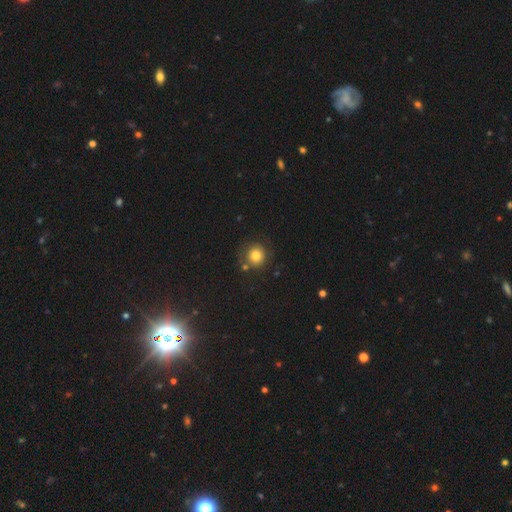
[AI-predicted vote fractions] A smooth galaxy with no disk features (80%) that is round (91%). Merging: none (76%).